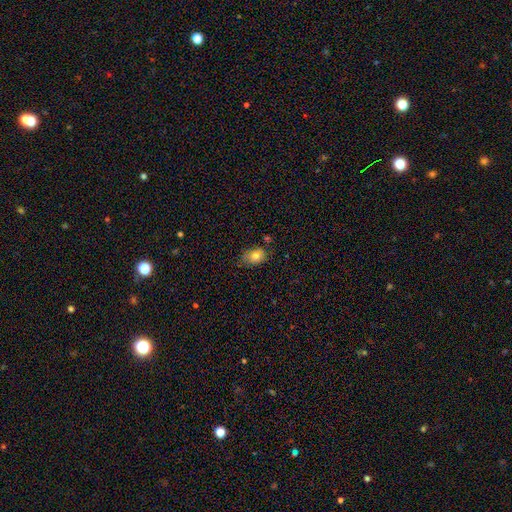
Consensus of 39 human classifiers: Volunteers were most divided on "how rounded": in between: 68%, round: 32%, cigar-shaped: 0%. More confident: smooth or featured — smooth (95%); merging — none (68%).